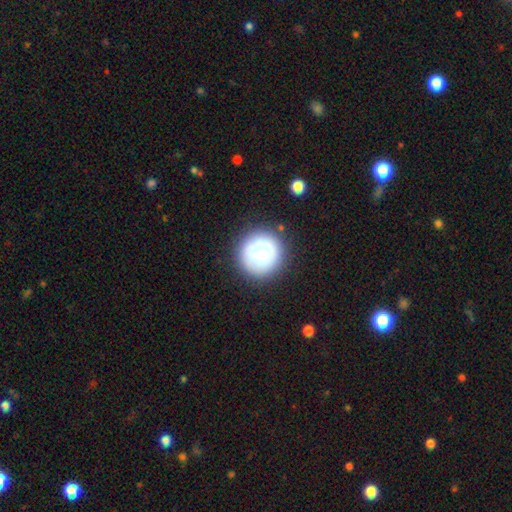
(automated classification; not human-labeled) Morphology: type=smooth (56%); roundness=round (93%); merging=none (74%).